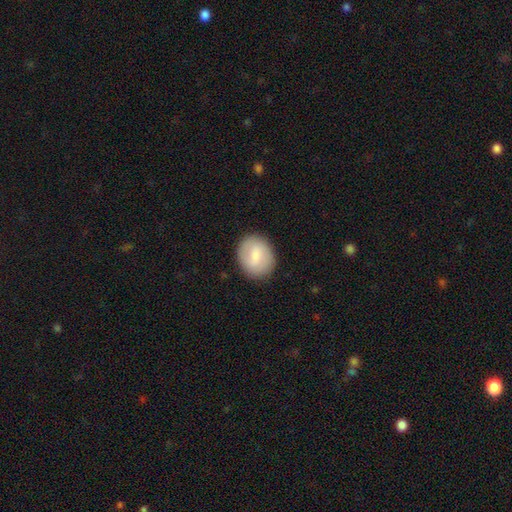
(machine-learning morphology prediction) Smooth or featured? smooth (73%)
How rounded? round (55%)
Merging? none (85%)